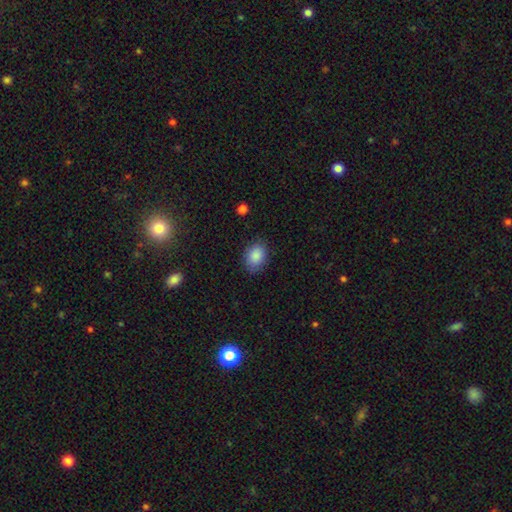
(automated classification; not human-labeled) Smooth or featured?
  - smooth: 88% *
  - star or artifact: 8%
  - featured or disk: 5%
How rounded?
  - in between: 74% *
  - round: 25%
  - cigar-shaped: 1%
Merging?
  - none: 82% *
  - minor disturbance: 13%
  - major disturbance: 3%
  - merger: 1%